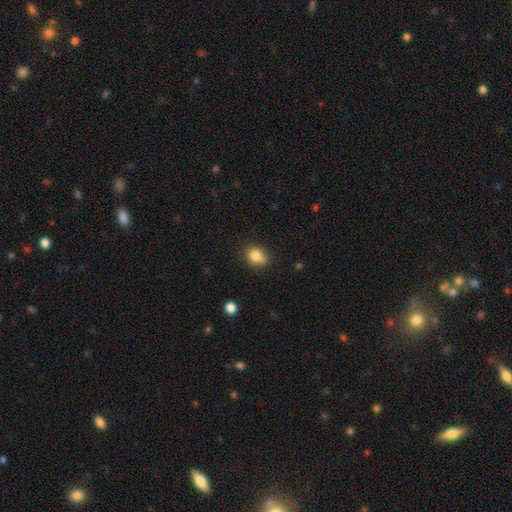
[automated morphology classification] A smooth galaxy with no disk features (82%) that is round (51%).

Vote fractions:
- Smooth or featured? smooth: 82% / star or artifact: 10% / featured or disk: 7%
- How rounded? round: 51% / in between: 48% / cigar-shaped: 1%
- Merging? none: 70% / minor disturbance: 22% / merger: 4% / major disturbance: 4%